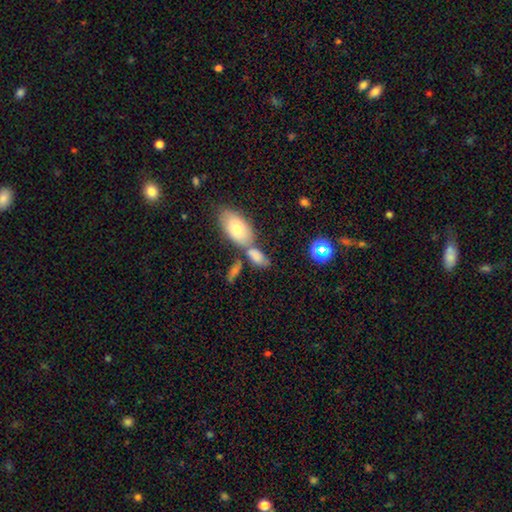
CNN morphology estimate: smooth_or_featured: smooth (p=0.76) [alt: featured or disk p=0.15]
how_rounded: in between (p=0.87) [alt: cigar-shaped p=0.08]
merging: none (p=0.42) [alt: merger p=0.39]